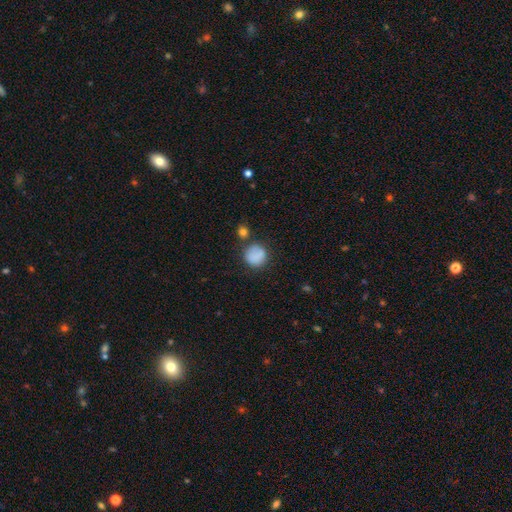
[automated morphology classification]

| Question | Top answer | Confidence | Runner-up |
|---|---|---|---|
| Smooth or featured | smooth | 84% | star or artifact (9%) |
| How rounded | round | 86% | in between (13%) |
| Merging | none | 67% | minor disturbance (18%) |